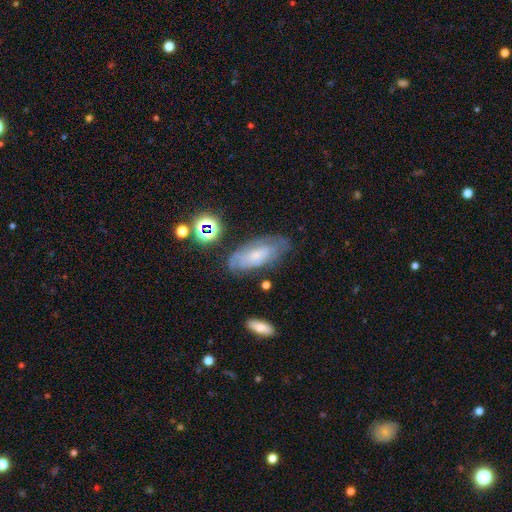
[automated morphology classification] Smooth or featured?
  - featured or disk: 54% *
  - smooth: 35%
  - star or artifact: 10%
Edge-on disk?
  - no: 88% *
  - yes: 12%
Merging?
  - none: 66% *
  - minor disturbance: 22%
  - major disturbance: 9%
  - merger: 3%